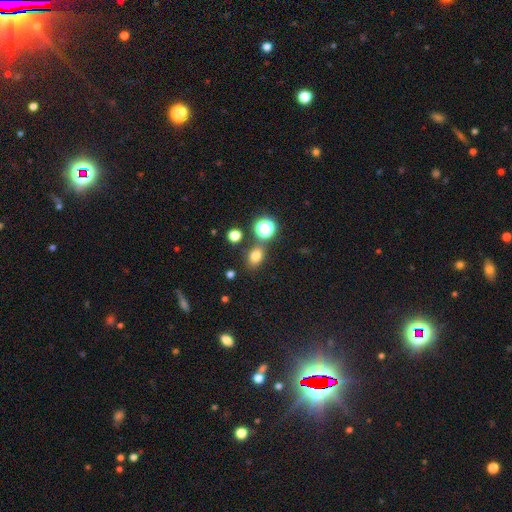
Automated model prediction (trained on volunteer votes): This appears to be a smooth galaxy with no disk features (75%) that is in between round and cigar-shaped (56%). Merging: none (75%).